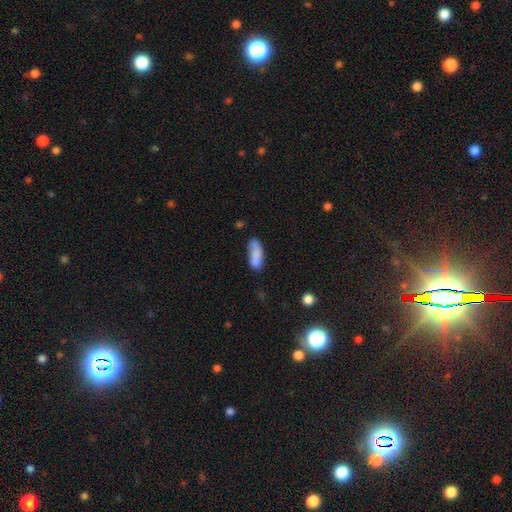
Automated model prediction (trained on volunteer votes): A smooth galaxy with no disk features (76%) that is in between round and cigar-shaped (71%). Merging: none (48%).